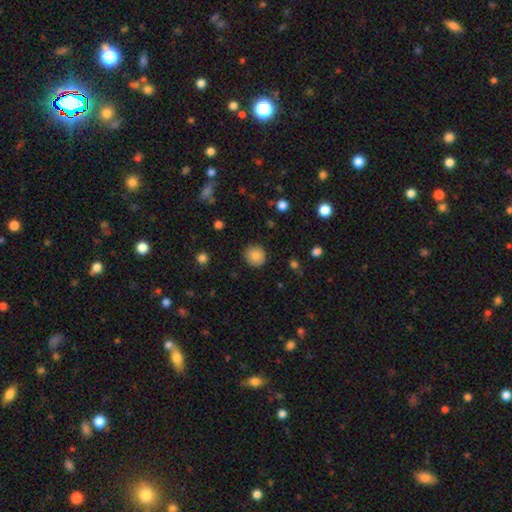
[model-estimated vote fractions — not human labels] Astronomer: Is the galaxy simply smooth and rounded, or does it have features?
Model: smooth — 83%.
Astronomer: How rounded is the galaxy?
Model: round — 92%.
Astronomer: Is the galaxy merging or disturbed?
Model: none — 88%.